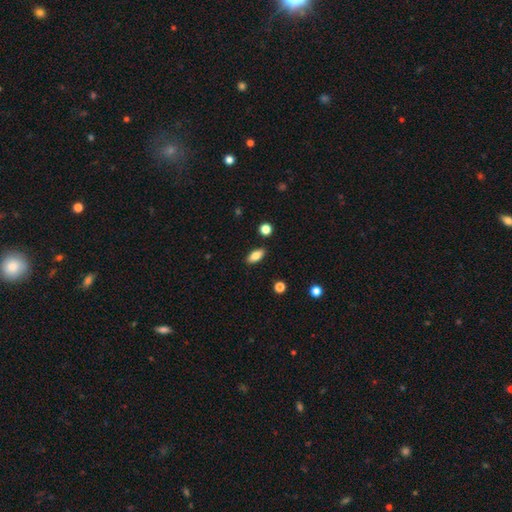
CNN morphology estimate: type=smooth (81%); roundness=in between (86%); merging=none (87%).